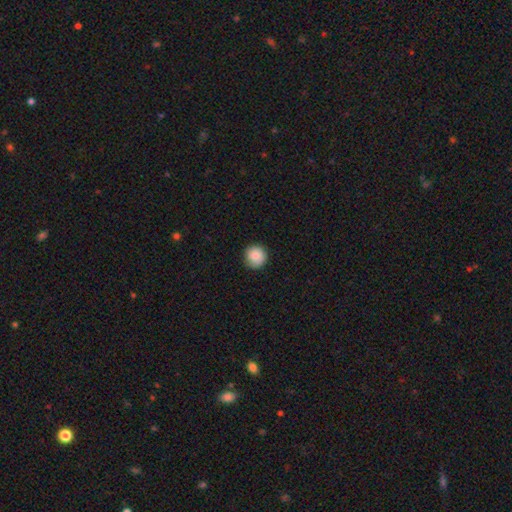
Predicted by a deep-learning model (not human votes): smooth_or_featured: smooth (p=0.83) [alt: featured or disk p=0.09]
how_rounded: round (p=0.94) [alt: in between p=0.05]
merging: none (p=0.86) [alt: minor disturbance p=0.11]